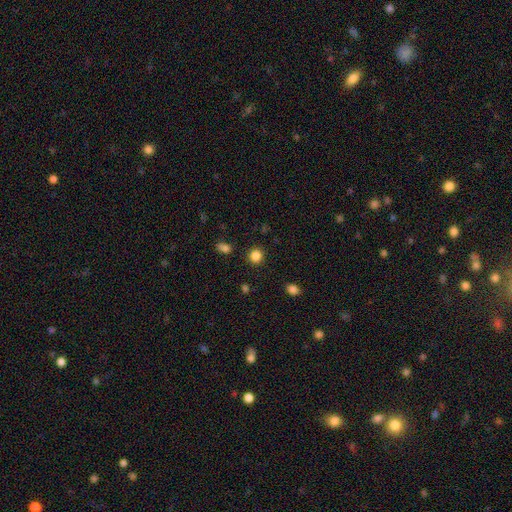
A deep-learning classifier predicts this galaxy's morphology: Smooth or featured? smooth (84%)
How rounded? round (90%)
Merging? none (89%)